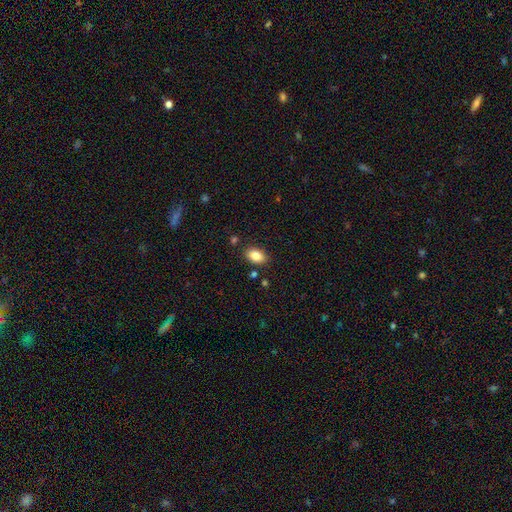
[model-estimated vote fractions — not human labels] The model was most divided on "merging": none: 84%, minor disturbance: 10%, merger: 3%, major disturbance: 3%. More confident: how rounded — in between (88%); smooth or featured — smooth (85%).